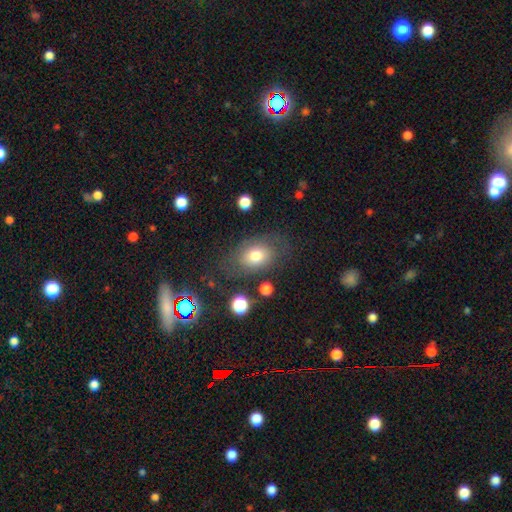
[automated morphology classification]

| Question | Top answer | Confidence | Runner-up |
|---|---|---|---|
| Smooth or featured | smooth | 69% | featured or disk (20%) |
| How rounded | in between | 76% | round (23%) |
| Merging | none | 66% | minor disturbance (19%) |